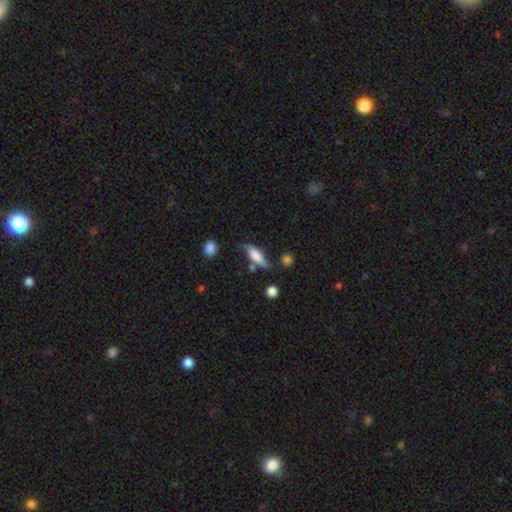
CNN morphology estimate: This is likely a smooth galaxy (60%). How rounded: possibly in between (50%). Merging: possibly none (58%).